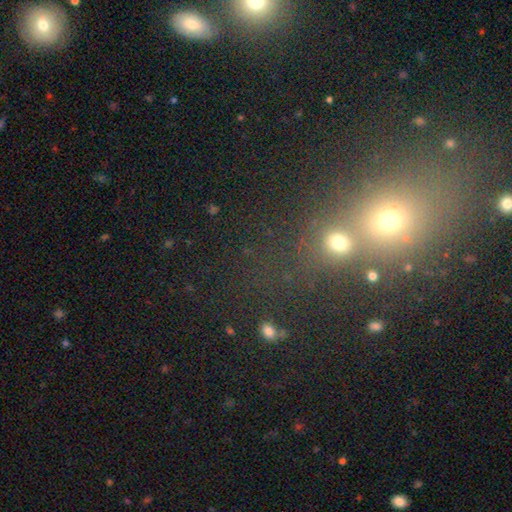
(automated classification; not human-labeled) Smooth or featured?
  - star or artifact: 46% *
  - smooth: 43%
  - featured or disk: 12%